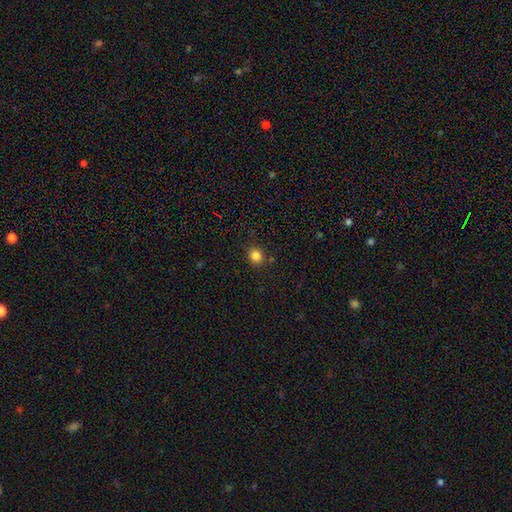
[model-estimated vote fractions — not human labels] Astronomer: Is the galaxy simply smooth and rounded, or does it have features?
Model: smooth — 83%.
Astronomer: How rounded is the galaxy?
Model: round — 79%.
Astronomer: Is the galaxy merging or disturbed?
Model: none — 84%.